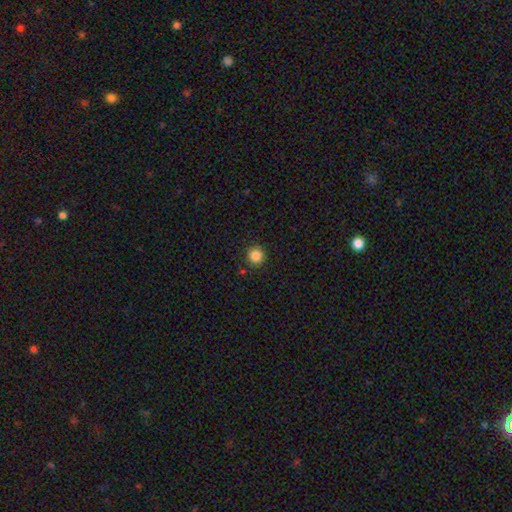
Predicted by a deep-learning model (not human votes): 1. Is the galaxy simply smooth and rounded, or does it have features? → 85% smooth, 11% star or artifact, 4% featured or disk.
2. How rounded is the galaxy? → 94% round, 5% in between, 1% cigar-shaped.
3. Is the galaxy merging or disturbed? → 91% none, 6% minor disturbance, 2% major disturbance, 1% merger.